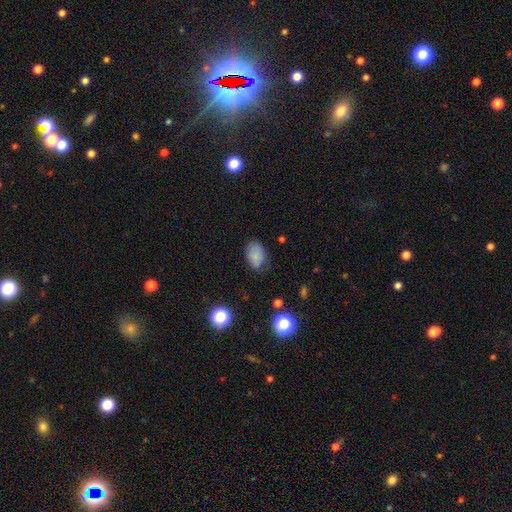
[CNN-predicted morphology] A smooth galaxy with no disk features (79%) that is in between round and cigar-shaped (86%). Merging: none (71%).